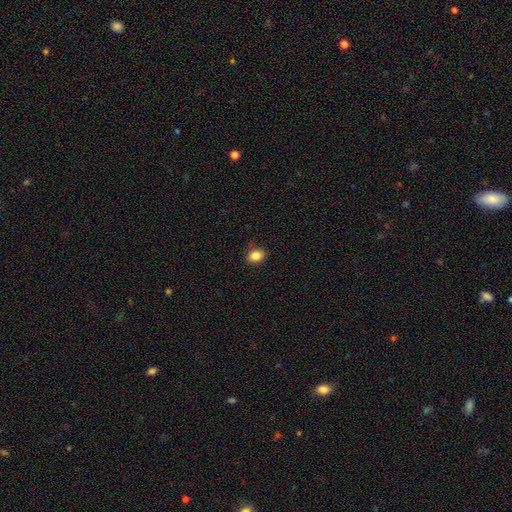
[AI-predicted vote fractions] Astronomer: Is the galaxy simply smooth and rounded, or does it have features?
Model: smooth — 85%.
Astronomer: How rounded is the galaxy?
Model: in between — 60% (runner-up: round, 39%).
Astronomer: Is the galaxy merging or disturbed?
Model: none — 87%.